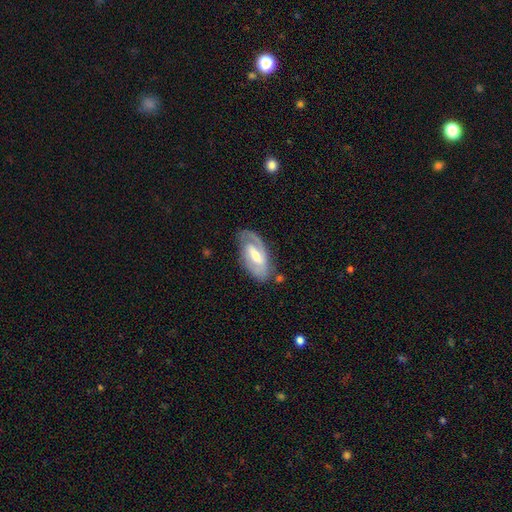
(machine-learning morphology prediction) The model was most divided on "spiral winding": tight: 44%, medium: 40%, loose: 16%. Remaining: edge-on disk — no (93%); spiral arms — yes (84%); smooth or featured — featured or disk (76%); merging — none (72%); spiral arm count — 2 (61%); bulge size — moderate (60%); bar — weak (44%).